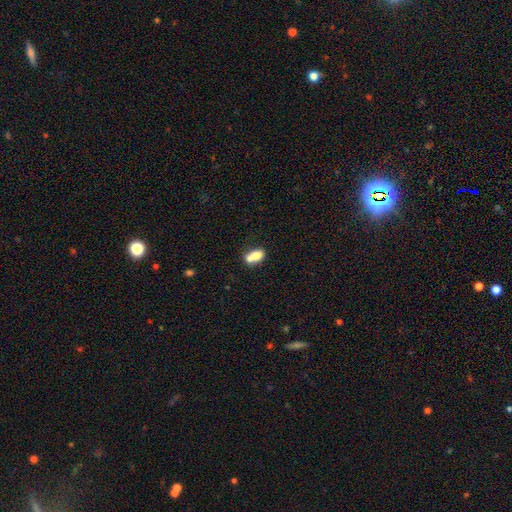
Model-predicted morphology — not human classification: This appears to be a smooth galaxy with no disk features (72%) that is in between round and cigar-shaped (71%). Merging: merger (59%).